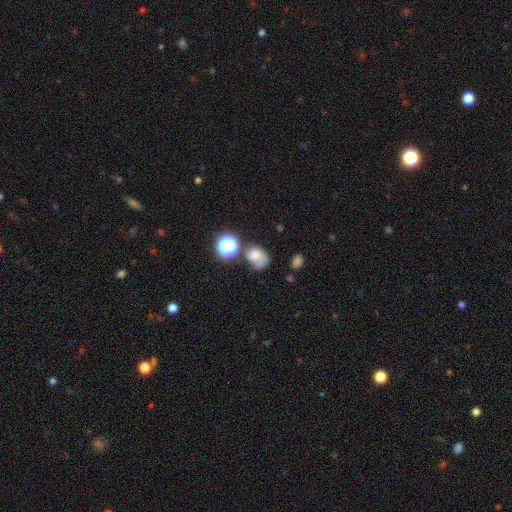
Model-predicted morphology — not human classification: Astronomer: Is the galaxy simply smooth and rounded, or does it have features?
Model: smooth — 68%.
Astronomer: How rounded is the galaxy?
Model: in between — 51% (runner-up: round, 48%).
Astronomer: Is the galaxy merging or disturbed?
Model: none — 38% (runner-up: minor disturbance, 25%).